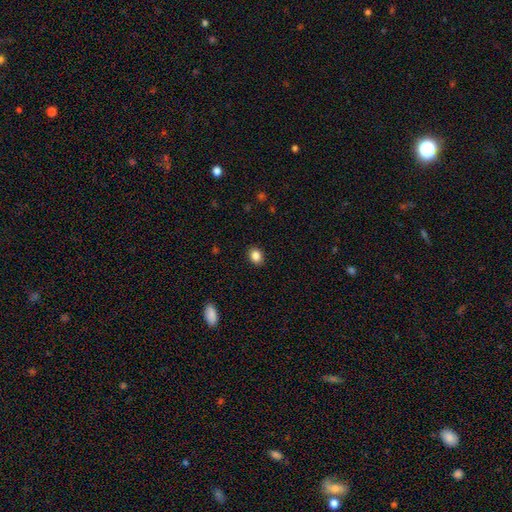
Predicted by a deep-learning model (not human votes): The model was most divided on "how rounded": in between: 51%, round: 49%, cigar-shaped: 1%. More confident: merging — none (90%); smooth or featured — smooth (86%).